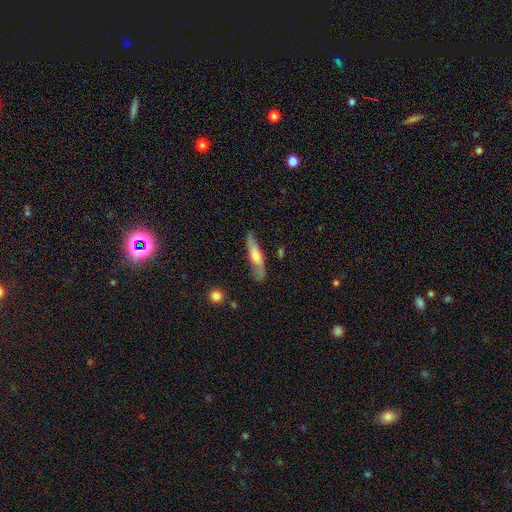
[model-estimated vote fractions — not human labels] This appears to be a smooth galaxy with no disk features (52%) that is cigar-shaped (75%). Merging: none (70%).